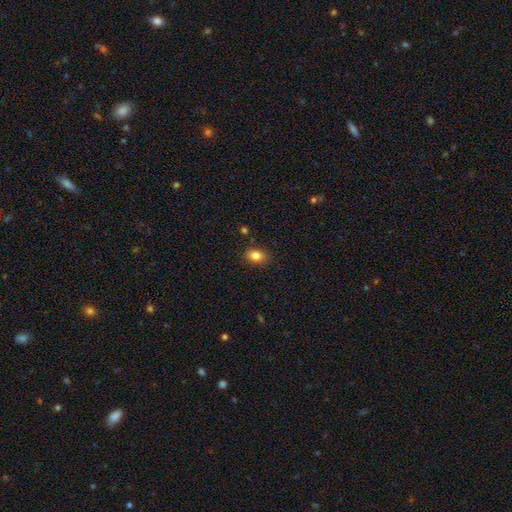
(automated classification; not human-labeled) smooth_or_featured: smooth (p=0.84) [alt: star or artifact p=0.09]
how_rounded: in between (p=0.81) [alt: round p=0.18]
merging: none (p=0.84) [alt: minor disturbance p=0.12]